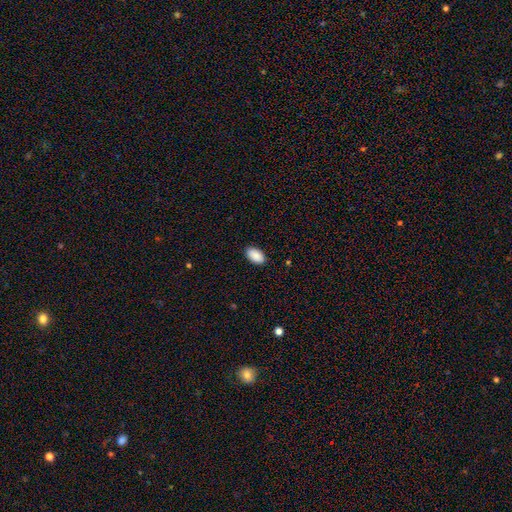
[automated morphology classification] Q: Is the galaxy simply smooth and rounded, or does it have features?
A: smooth — 91%.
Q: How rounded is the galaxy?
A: in between — 95%.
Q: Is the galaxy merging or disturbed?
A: none — 89%.